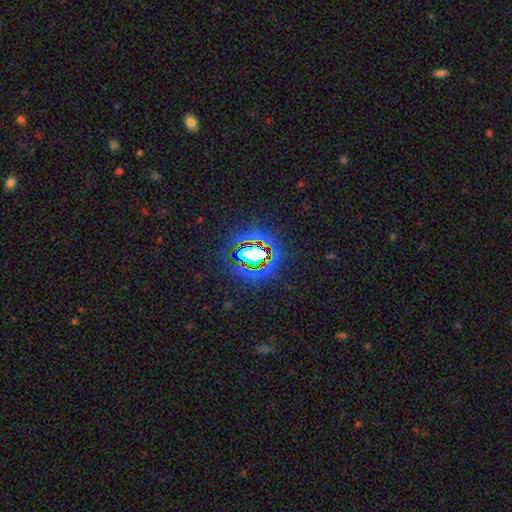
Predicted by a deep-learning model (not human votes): Smooth or featured?
  - star or artifact: 71% *
  - smooth: 18%
  - featured or disk: 12%